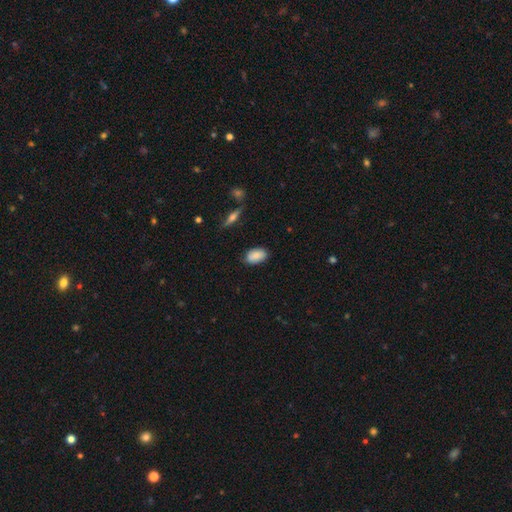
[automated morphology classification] This is clearly a smooth galaxy (85%). How rounded: clearly in between (92%). Merging: clearly none (83%).